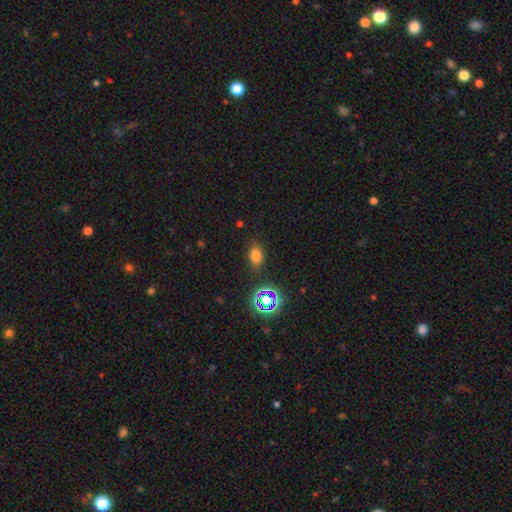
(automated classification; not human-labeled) A smooth galaxy with no disk features (69%) that is in between round and cigar-shaped (81%).

Vote fractions:
- Smooth or featured? smooth: 69% / star or artifact: 22% / featured or disk: 9%
- How rounded? in between: 81% / round: 15% / cigar-shaped: 4%
- Merging? none: 81% / minor disturbance: 13% / major disturbance: 4% / merger: 2%